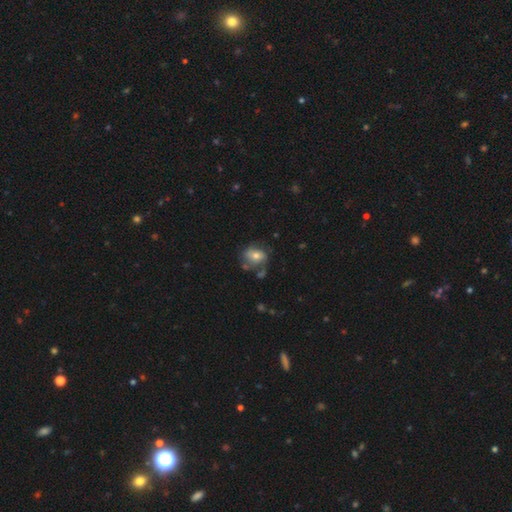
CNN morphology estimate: type=smooth (56%); roundness=in between (54%); merging=none (53%).